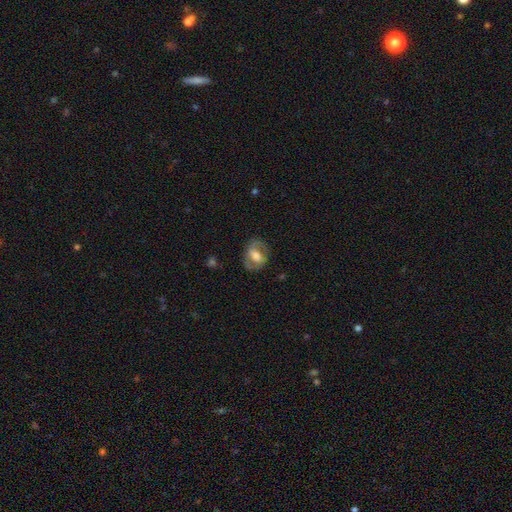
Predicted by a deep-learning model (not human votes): The model was most divided on "bar": weak: 38%, no: 33%, strong: 28%. Remaining: edge-on disk — no (95%); merging — none (74%); spiral arms — yes (62%); smooth or featured — featured or disk (57%); bulge size — moderate (44%).